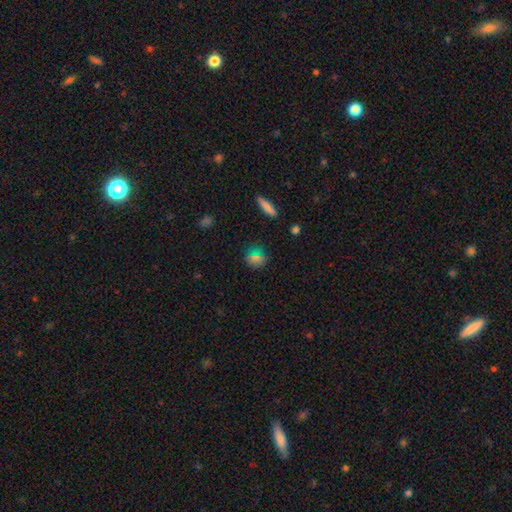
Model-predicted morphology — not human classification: smooth_or_featured: smooth (p=0.72) [alt: star or artifact p=0.19]
how_rounded: round (p=0.78) [alt: in between p=0.19]
merging: none (p=0.85) [alt: minor disturbance p=0.10]